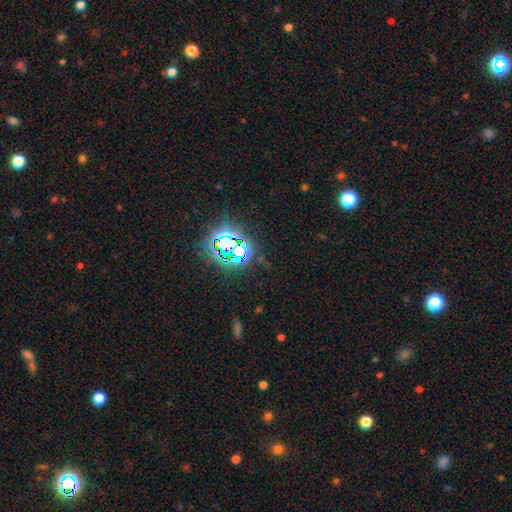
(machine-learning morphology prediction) Smooth or featured: star or artifact — 77% (smooth — 15%)